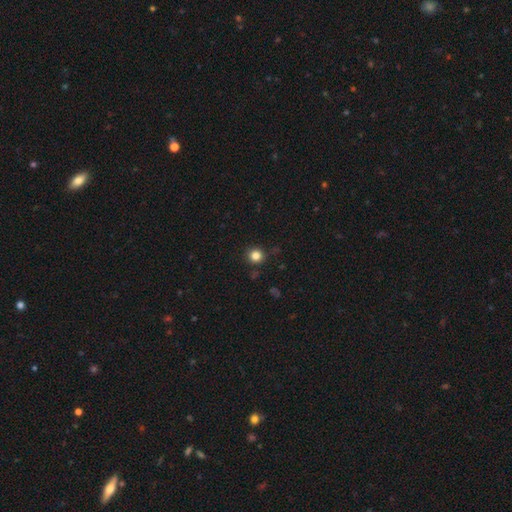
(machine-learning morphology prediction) This is clearly a smooth galaxy (83%). How rounded: clearly round (95%). Merging: clearly none (90%).